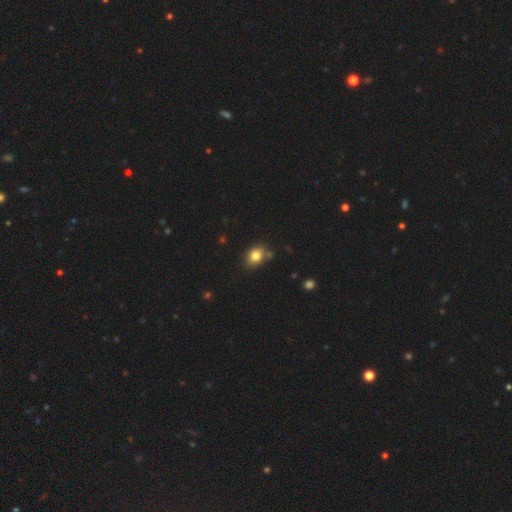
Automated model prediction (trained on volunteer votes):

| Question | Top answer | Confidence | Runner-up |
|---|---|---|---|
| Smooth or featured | smooth | 82% | star or artifact (10%) |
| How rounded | in between | 59% | round (39%) |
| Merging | none | 73% | minor disturbance (16%) |